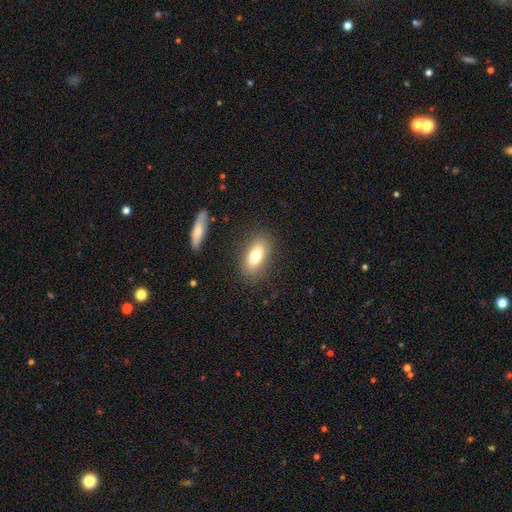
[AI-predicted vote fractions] Q: Smooth or featured?
A: smooth (73%); runner-up: featured or disk (19%)
Q: How rounded?
A: in between (81%); runner-up: cigar-shaped (13%)
Q: Merging?
A: none (84%); runner-up: minor disturbance (10%)